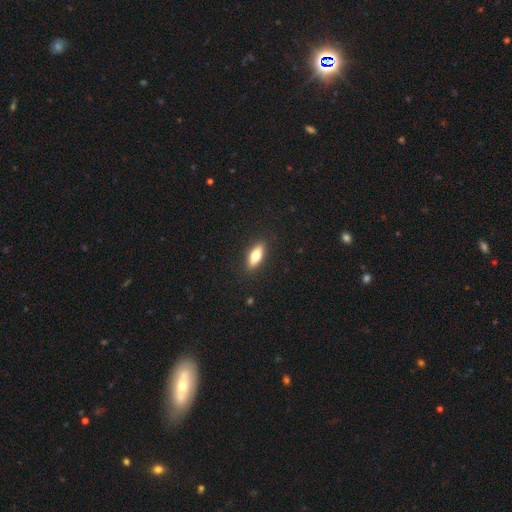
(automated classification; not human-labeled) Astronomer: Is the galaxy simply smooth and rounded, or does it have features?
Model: smooth — 68%.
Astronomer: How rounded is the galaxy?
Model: in between — 67%.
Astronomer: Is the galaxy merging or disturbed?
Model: none — 89%.